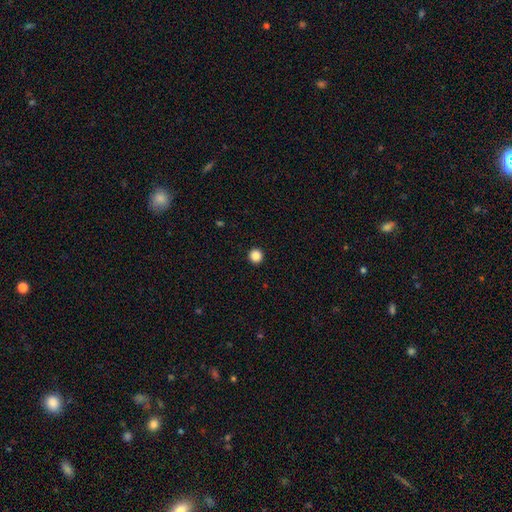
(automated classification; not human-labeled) Overall: smooth (87%). How rounded: round (96%). Merging: none (94%).